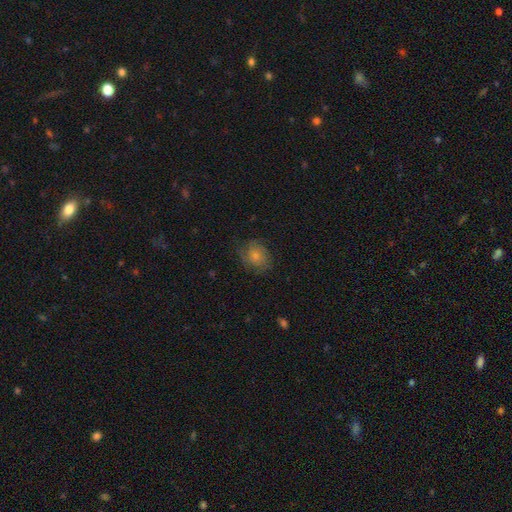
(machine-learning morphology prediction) Q: Smooth or featured?
A: smooth (64%); runner-up: featured or disk (28%)
Q: How rounded?
A: round (59%); runner-up: in between (39%)
Q: Merging?
A: none (64%); runner-up: minor disturbance (24%)